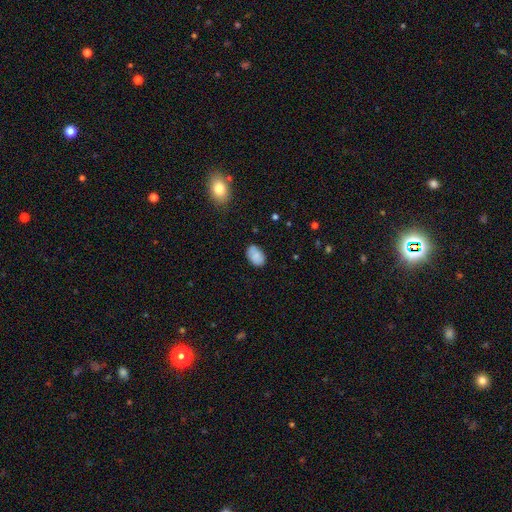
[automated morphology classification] A smooth galaxy with no disk features (86%) that is in between round and cigar-shaped (90%).

Vote fractions:
- Smooth or featured? smooth: 86% / star or artifact: 8% / featured or disk: 6%
- How rounded? in between: 90% / round: 9% / cigar-shaped: 1%
- Merging? none: 77% / minor disturbance: 18% / major disturbance: 3% / merger: 2%